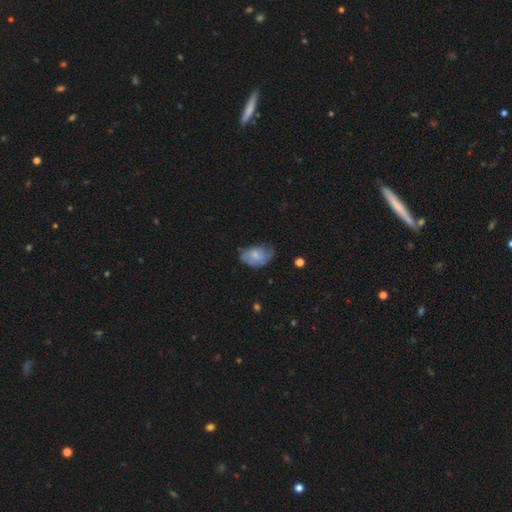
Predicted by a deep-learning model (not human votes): Smooth or featured? Predicted: smooth (p=0.57). How rounded? Predicted: in between (p=0.87). Merging? Predicted: none (p=0.46).